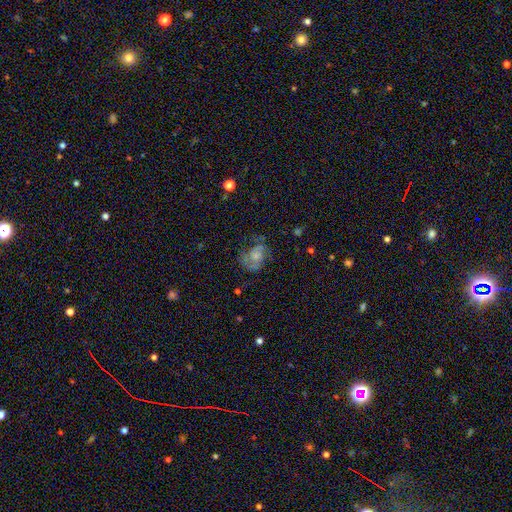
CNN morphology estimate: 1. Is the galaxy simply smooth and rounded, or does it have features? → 59% featured or disk, 31% smooth, 10% star or artifact.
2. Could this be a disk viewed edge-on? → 97% no, 3% yes.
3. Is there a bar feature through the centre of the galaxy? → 75% no, 22% weak, 3% strong.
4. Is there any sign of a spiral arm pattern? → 80% yes, 20% no.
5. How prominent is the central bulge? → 42% small, 37% moderate, 13% none, 7% large, 2% dominant.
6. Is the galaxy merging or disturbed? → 47% none, 26% major disturbance, 25% minor disturbance, 2% merger.